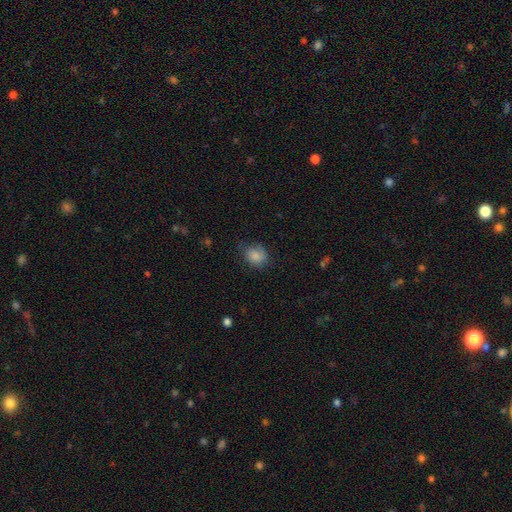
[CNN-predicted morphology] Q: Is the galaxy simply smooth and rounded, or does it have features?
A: smooth — 83%.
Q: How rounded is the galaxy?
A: round — 54%.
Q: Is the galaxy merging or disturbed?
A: none — 63%.